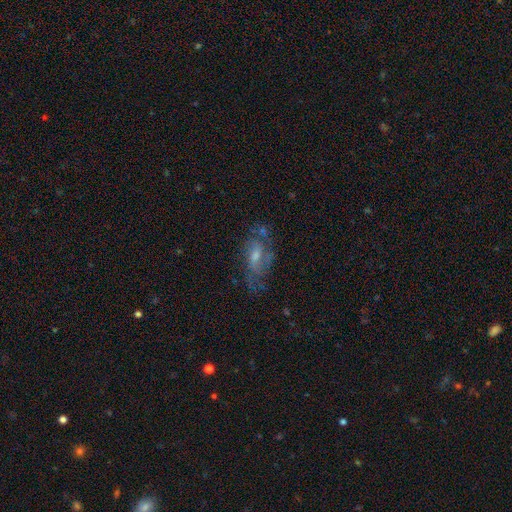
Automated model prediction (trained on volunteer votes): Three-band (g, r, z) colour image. It shows a featured or disk galaxy (68%) with no bar (47%), spiral arms (80%) and a moderate central bulge (49%). Merging: none (60%).